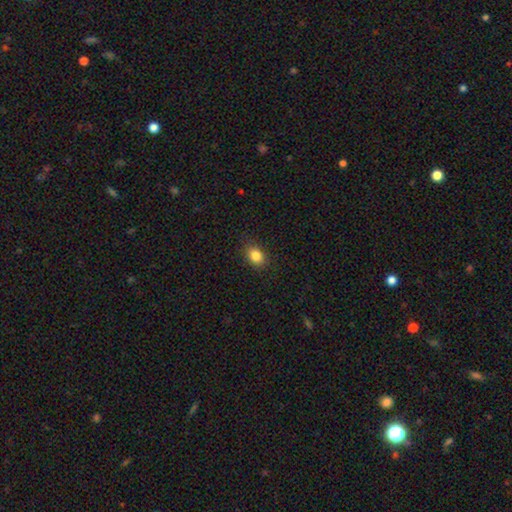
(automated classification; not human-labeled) Q: Smooth or featured?
A: smooth (85%); runner-up: star or artifact (10%)
Q: How rounded?
A: in between (61%); runner-up: round (37%)
Q: Merging?
A: none (87%); runner-up: minor disturbance (9%)